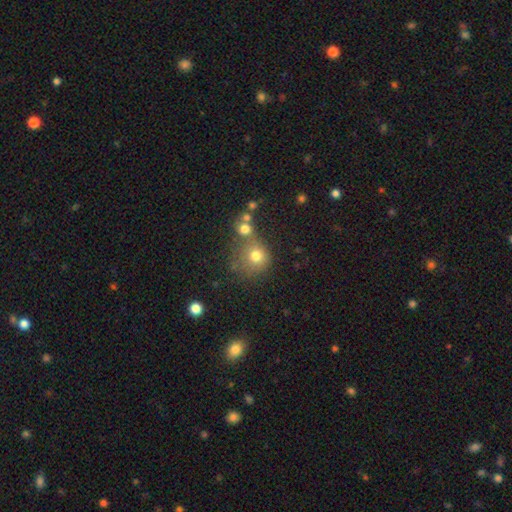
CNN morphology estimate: A smooth galaxy with no disk features (73%) that is round (85%). Merging: none (48%).